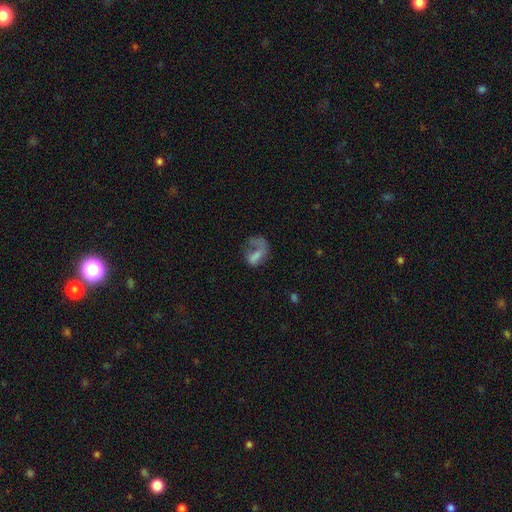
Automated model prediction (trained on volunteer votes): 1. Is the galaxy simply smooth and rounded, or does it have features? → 45% featured or disk, 41% smooth, 14% star or artifact.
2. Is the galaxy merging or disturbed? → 47% major disturbance, 29% none, 16% minor disturbance, 8% merger.